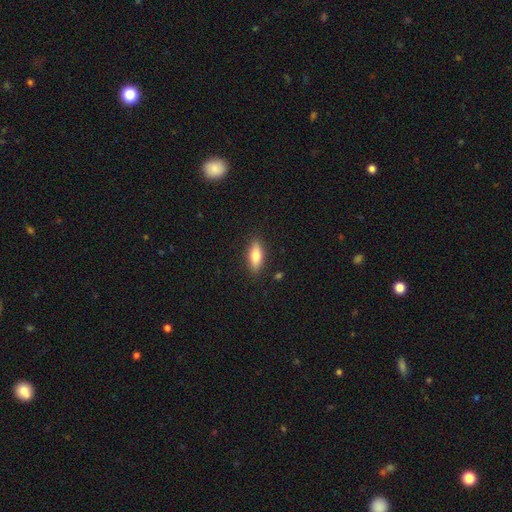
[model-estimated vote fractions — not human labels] Smooth or featured?
  - smooth: 73% *
  - featured or disk: 20%
  - star or artifact: 7%
How rounded?
  - in between: 71% *
  - cigar-shaped: 26%
  - round: 3%
Merging?
  - none: 87% *
  - minor disturbance: 9%
  - major disturbance: 2%
  - merger: 1%